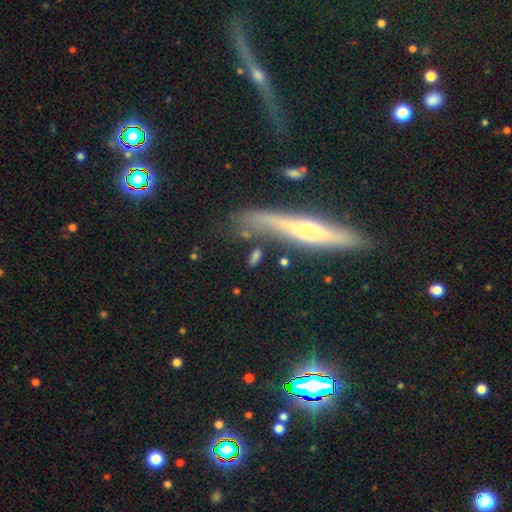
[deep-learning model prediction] Overall: smooth (56%; featured or disk 32%). How rounded: in between (46%; cigar-shaped 43%). Merging: none (63%).